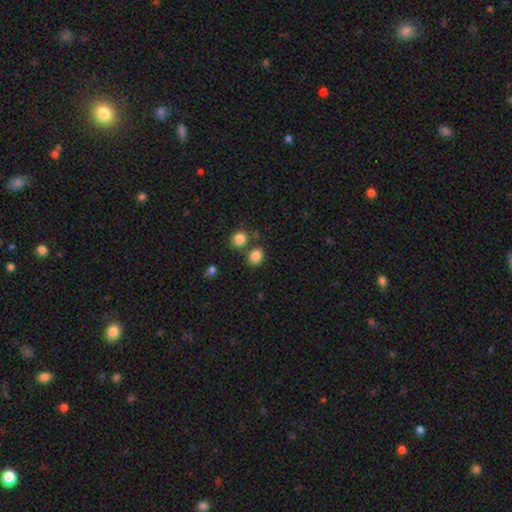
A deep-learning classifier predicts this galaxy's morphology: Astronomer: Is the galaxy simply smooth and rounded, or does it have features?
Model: smooth — 84%.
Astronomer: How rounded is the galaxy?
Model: round — 53% (runner-up: in between, 46%).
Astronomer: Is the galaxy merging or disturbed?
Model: none — 69%.